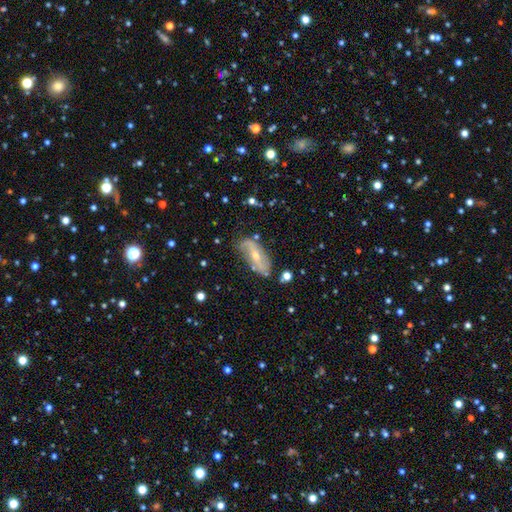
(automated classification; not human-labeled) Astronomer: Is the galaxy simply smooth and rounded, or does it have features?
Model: featured or disk — 68%.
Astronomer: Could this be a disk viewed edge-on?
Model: no — 83%.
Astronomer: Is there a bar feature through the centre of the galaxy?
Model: no — 47% (runner-up: weak, 33%).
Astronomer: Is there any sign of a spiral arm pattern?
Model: yes — 78%.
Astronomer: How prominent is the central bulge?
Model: small — 52% (runner-up: moderate, 45%).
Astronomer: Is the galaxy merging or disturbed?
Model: none — 68%.